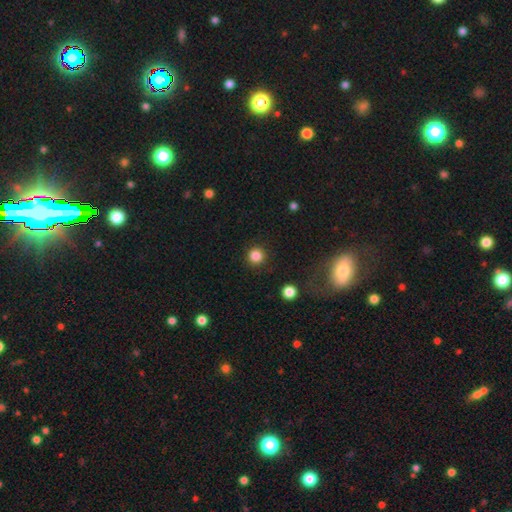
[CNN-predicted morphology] type=smooth (84%); roundness=round (95%); merging=none (92%).